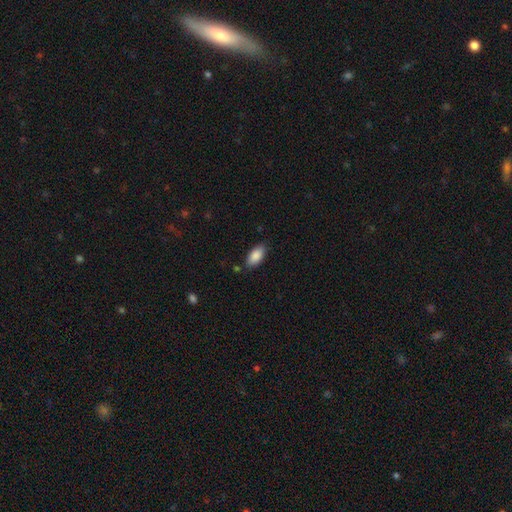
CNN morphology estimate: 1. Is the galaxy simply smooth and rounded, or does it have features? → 88% smooth, 7% star or artifact, 5% featured or disk.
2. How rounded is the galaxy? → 92% in between, 6% cigar-shaped, 2% round.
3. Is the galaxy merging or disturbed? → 83% none, 13% minor disturbance, 3% major disturbance, 2% merger.